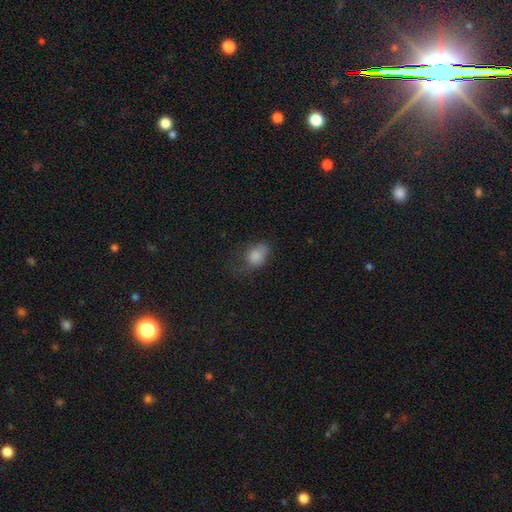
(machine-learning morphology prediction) Smooth or featured?
  - smooth: 76% *
  - star or artifact: 12%
  - featured or disk: 11%
How rounded?
  - in between: 66% *
  - round: 32%
  - cigar-shaped: 2%
Merging?
  - none: 42% *
  - minor disturbance: 32%
  - major disturbance: 24%
  - merger: 2%